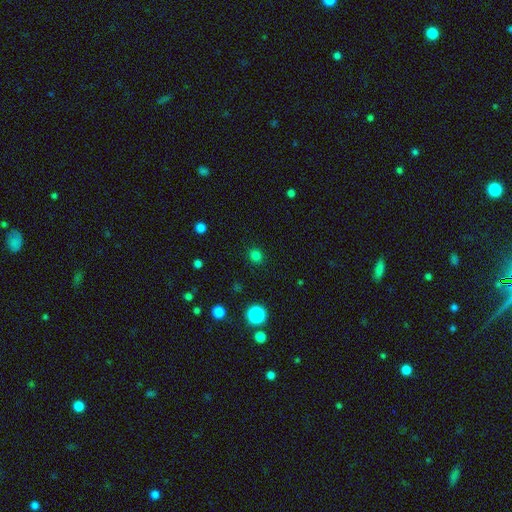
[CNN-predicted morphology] smooth-or-featured: smooth: 79% | star or artifact: 18% | featured or disk: 4%
  how-rounded: round: 84% | in between: 15% | cigar-shaped: 1%
  merging: none: 90% | minor disturbance: 6% | major disturbance: 2% | merger: 1%